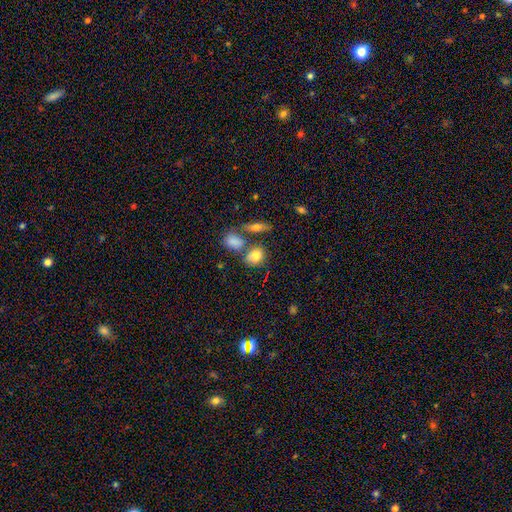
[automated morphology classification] Smooth or featured? smooth (80%)
How rounded? in between (51%)
Merging? none (60%)